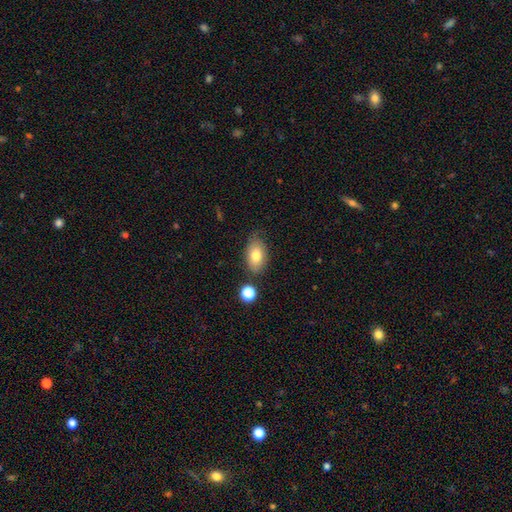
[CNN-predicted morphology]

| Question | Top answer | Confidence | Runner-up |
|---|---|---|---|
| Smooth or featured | smooth | 78% | featured or disk (14%) |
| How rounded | in between | 89% | round (9%) |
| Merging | none | 75% | minor disturbance (17%) |